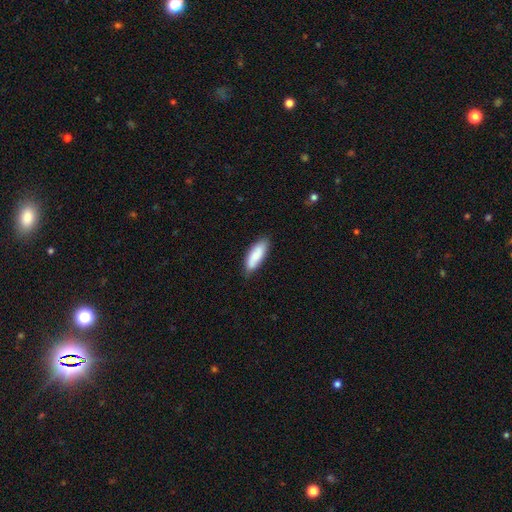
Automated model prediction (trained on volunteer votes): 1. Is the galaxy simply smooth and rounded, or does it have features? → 79% smooth, 15% featured or disk, 6% star or artifact.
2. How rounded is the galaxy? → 64% in between, 34% cigar-shaped, 2% round.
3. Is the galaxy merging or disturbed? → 79% none, 17% minor disturbance, 3% major disturbance, 1% merger.